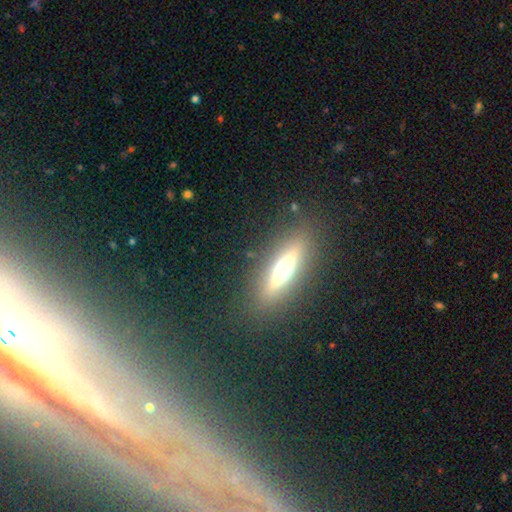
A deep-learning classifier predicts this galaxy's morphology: Smooth or featured? smooth (44%, tied with featured or disk)
Merging? none (87%)